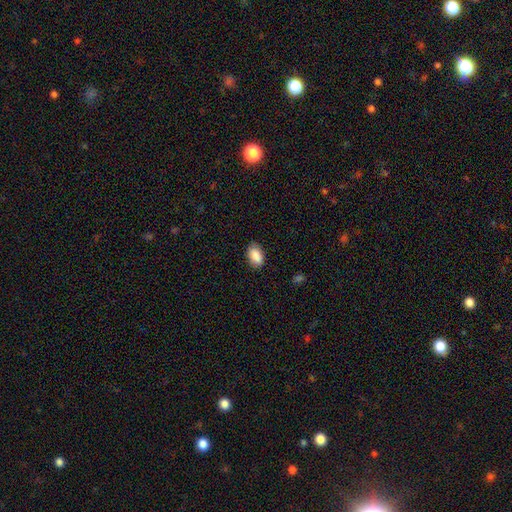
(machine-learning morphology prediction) A smooth galaxy with no disk features (87%) that is in between round and cigar-shaped (92%).

Vote fractions:
- Smooth or featured? smooth: 87% / star or artifact: 7% / featured or disk: 6%
- How rounded? in between: 92% / round: 6% / cigar-shaped: 2%
- Merging? none: 83% / minor disturbance: 14% / major disturbance: 3% / merger: 1%